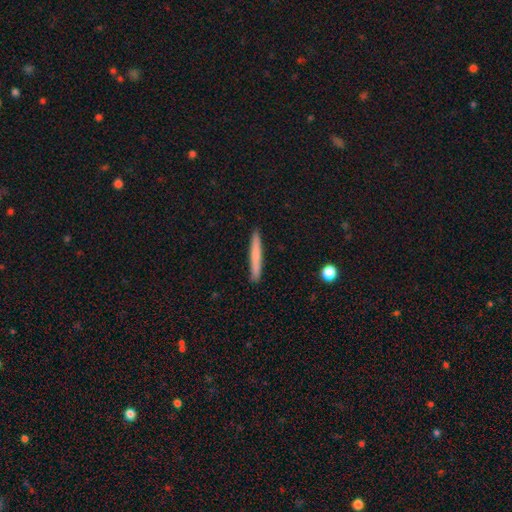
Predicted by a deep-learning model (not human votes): smooth 70%, featured or disk 24%, star or artifact 6%. Down the decision tree: how rounded — cigar-shaped (96%); merging — none (91%).